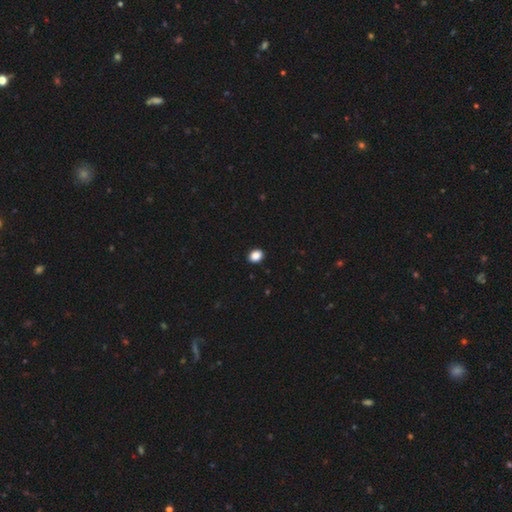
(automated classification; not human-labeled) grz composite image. It shows a smooth galaxy with no disk features (88%) that is in between round and cigar-shaped (54%). Merging: none (92%).